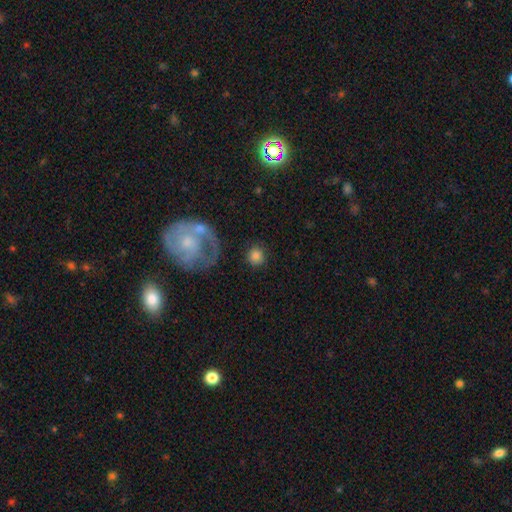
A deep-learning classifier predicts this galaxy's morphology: The model was most divided on "smooth or featured": smooth: 79%, featured or disk: 13%, star or artifact: 8%. More confident: how rounded — round (92%); merging — none (83%).